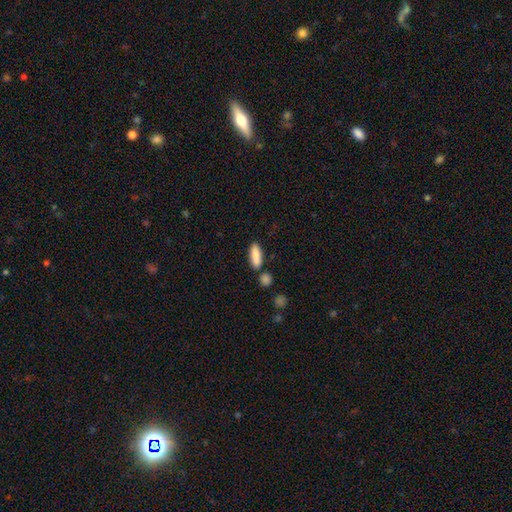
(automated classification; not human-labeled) This is clearly a smooth galaxy (85%). How rounded: possibly in between (58%). Merging: likely none (76%).